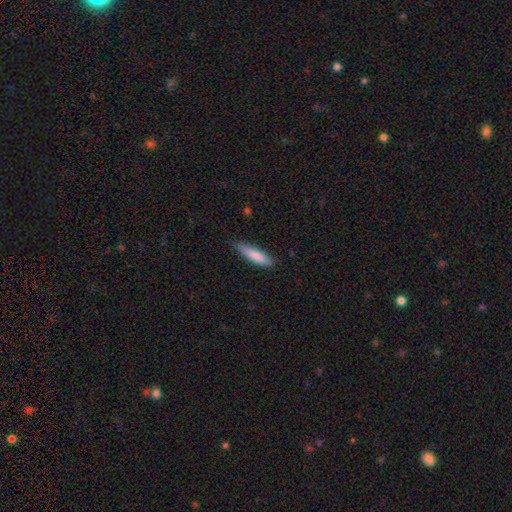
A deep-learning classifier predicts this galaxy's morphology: This is likely a smooth galaxy (78%). How rounded: likely cigar-shaped (73%). Merging: likely none (75%).